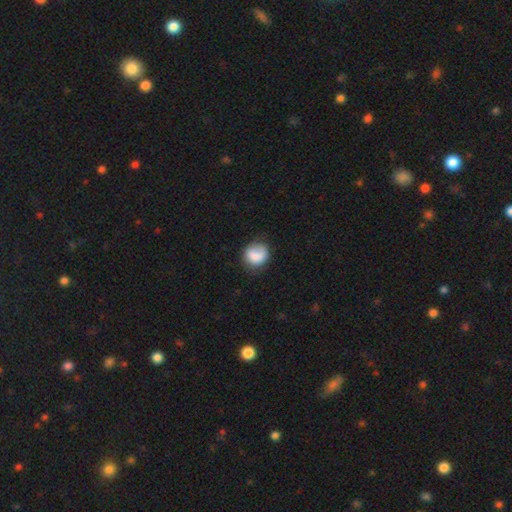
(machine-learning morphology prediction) type=smooth (79%); roundness=round (74%); merging=none (61%).